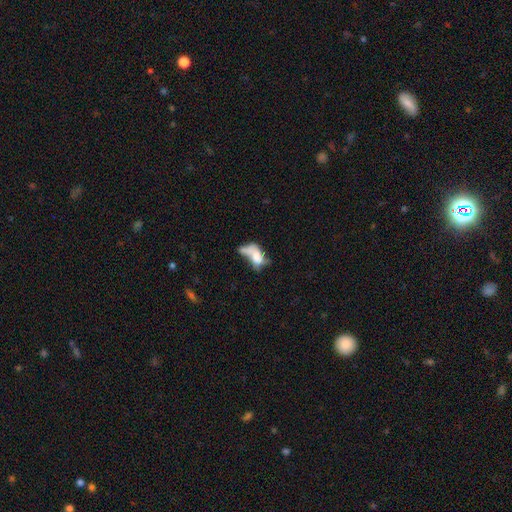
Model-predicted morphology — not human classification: smooth-or-featured: smooth: 55% | featured or disk: 34% | star or artifact: 11%
  how-rounded: in between: 84% | round: 9% | cigar-shaped: 8%
  merging: merger: 41% | major disturbance: 29% | none: 16% | minor disturbance: 14%